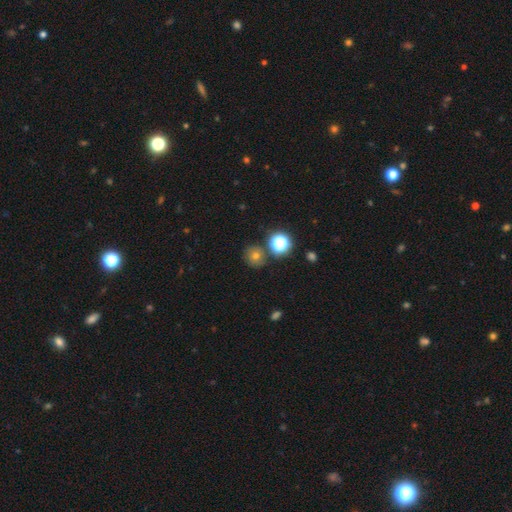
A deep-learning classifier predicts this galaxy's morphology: Smooth or featured? Predicted: smooth (p=0.62). How rounded? Predicted: round (p=0.88). Merging? Predicted: none (p=0.78).